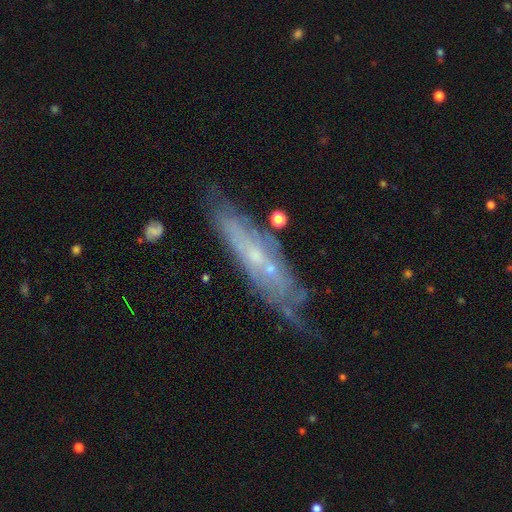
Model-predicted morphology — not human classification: This appears to be a featured or disk galaxy (71%). Merging: none (63%).